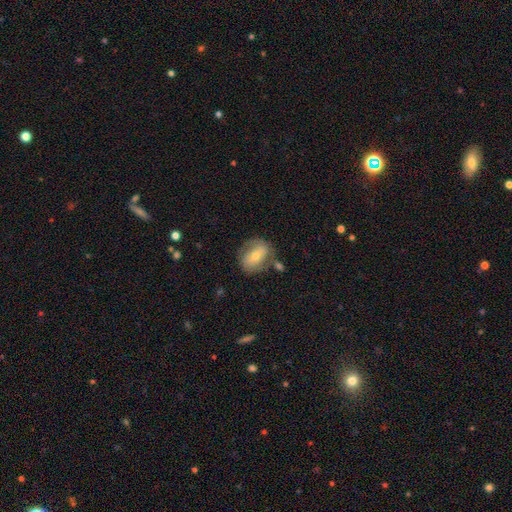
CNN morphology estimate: Overall: featured or disk (48%; smooth 44%). Merging: none (67%).